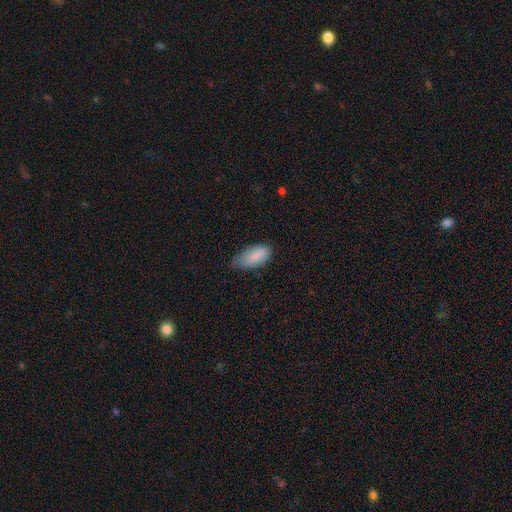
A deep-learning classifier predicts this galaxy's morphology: A smooth galaxy with no disk features (87%) that is in between round and cigar-shaped (92%).

Vote fractions:
- Smooth or featured? smooth: 87% / featured or disk: 7% / star or artifact: 6%
- How rounded? in between: 92% / cigar-shaped: 5% / round: 2%
- Merging? none: 54% / minor disturbance: 38% / major disturbance: 7% / merger: 1%